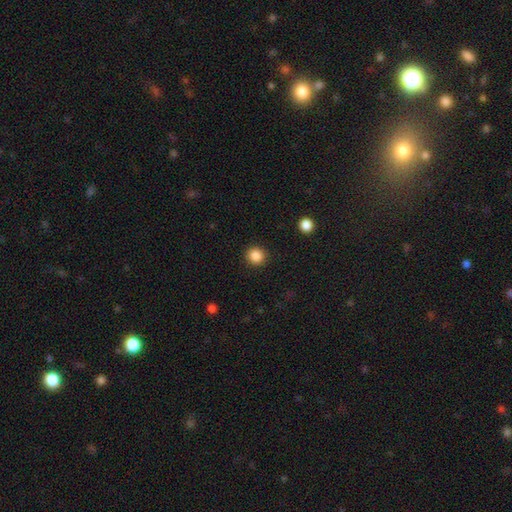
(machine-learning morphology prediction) Smooth or featured?
  - smooth: 86% *
  - star or artifact: 11%
  - featured or disk: 3%
How rounded?
  - round: 92% *
  - in between: 7%
  - cigar-shaped: 1%
Merging?
  - none: 92% *
  - minor disturbance: 5%
  - major disturbance: 2%
  - merger: 1%